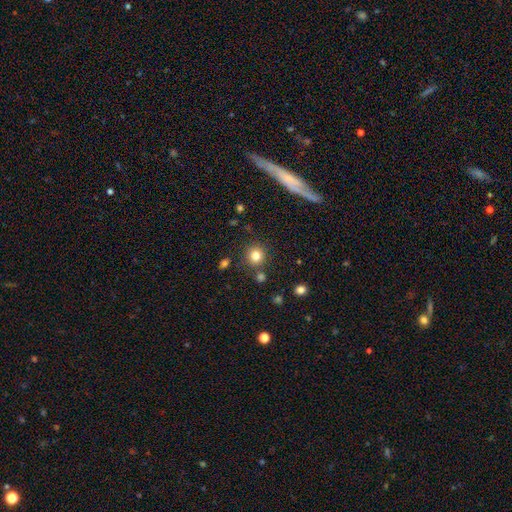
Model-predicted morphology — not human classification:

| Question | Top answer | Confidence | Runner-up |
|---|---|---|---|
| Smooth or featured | smooth | 80% | star or artifact (13%) |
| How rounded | round | 90% | in between (9%) |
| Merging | none | 81% | minor disturbance (8%) |